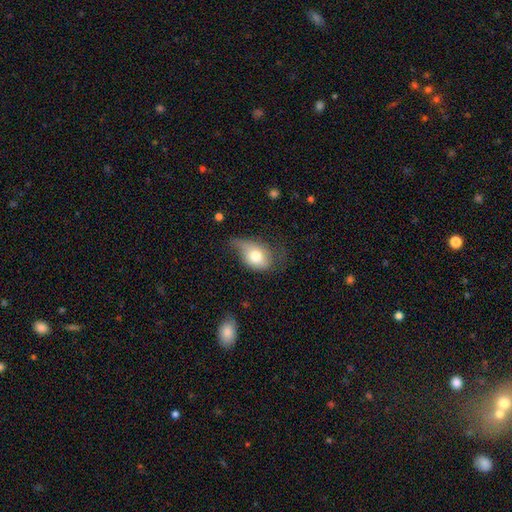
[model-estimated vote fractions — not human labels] Q: Smooth or featured?
A: smooth (67%); runner-up: featured or disk (26%)
Q: How rounded?
A: in between (72%); runner-up: round (26%)
Q: Merging?
A: minor disturbance (42%); runner-up: major disturbance (28%)